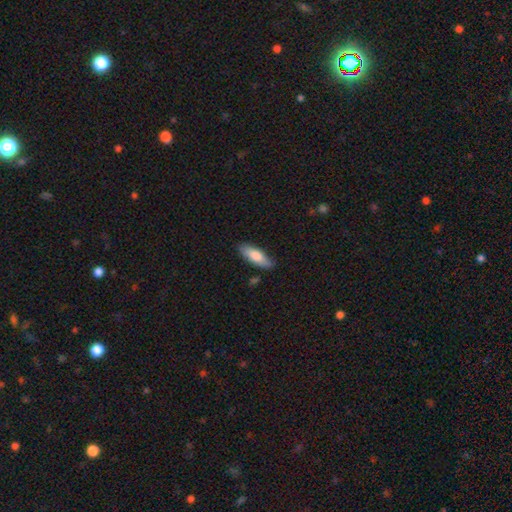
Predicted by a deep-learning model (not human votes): Smooth or featured: smooth — 77% (featured or disk — 17%)
How rounded: in between — 61% (cigar-shaped — 37%)
Merging: none — 82% (minor disturbance — 14%)